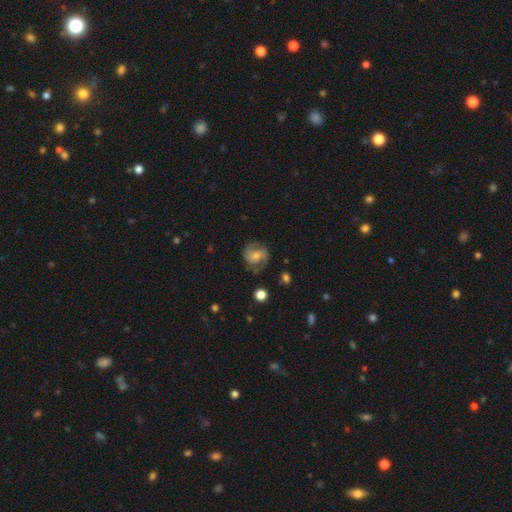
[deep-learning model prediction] featured or disk 77%, smooth 16%, star or artifact 7%. Down the decision tree: edge-on disk — no (98%); bar — no (55%); spiral arms — yes (95%); spiral arm count — 2 (86%); spiral winding — medium (52%); bulge size — small (49%); merging — none (76%).